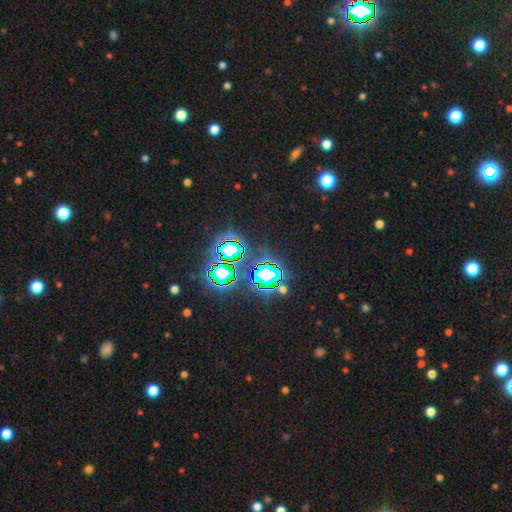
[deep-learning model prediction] Smooth or featured: star or artifact — 82% (smooth — 11%)